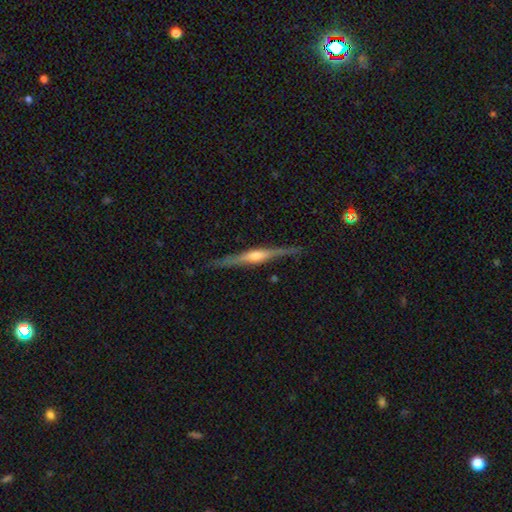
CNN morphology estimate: smooth-or-featured: featured or disk: 79% | smooth: 16% | star or artifact: 5%
  disk-edge-on: yes: 98% | no: 2%
    edge-on-bulge: rounded: 79% | boxy: 12% | none: 9%
  merging: none: 86% | minor disturbance: 11% | major disturbance: 2% | merger: 1%